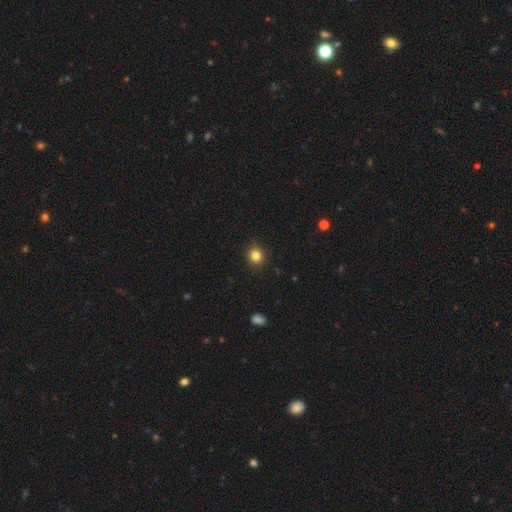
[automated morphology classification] A smooth galaxy with no disk features (84%) that is round (88%). Merging: none (91%).